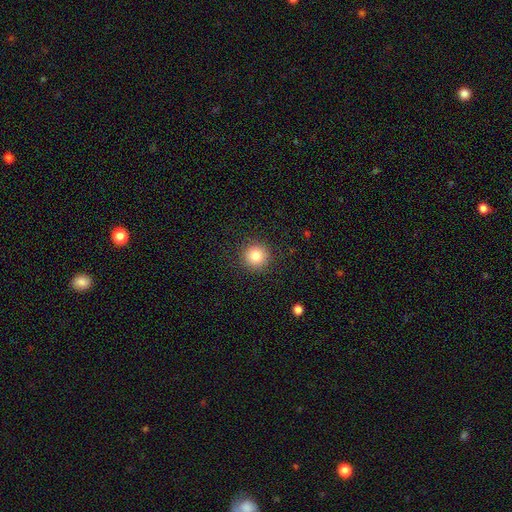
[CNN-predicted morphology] smooth 83%, star or artifact 10%, featured or disk 7%. Down the decision tree: how rounded — round (95%); merging — none (91%).